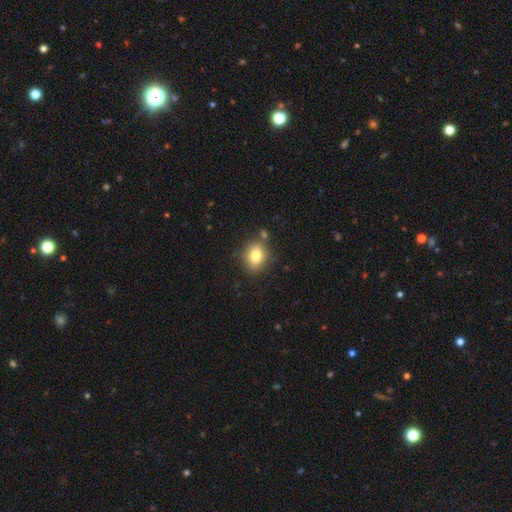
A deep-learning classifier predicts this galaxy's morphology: A smooth galaxy with no disk features (81%) that is round (57%). Merging: none (79%).